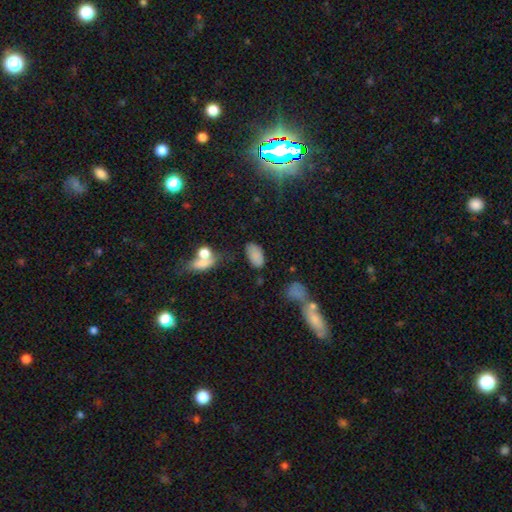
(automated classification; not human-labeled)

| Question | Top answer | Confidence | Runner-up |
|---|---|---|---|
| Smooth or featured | smooth | 82% | star or artifact (11%) |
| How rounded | in between | 94% | round (4%) |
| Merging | none | 69% | minor disturbance (17%) |